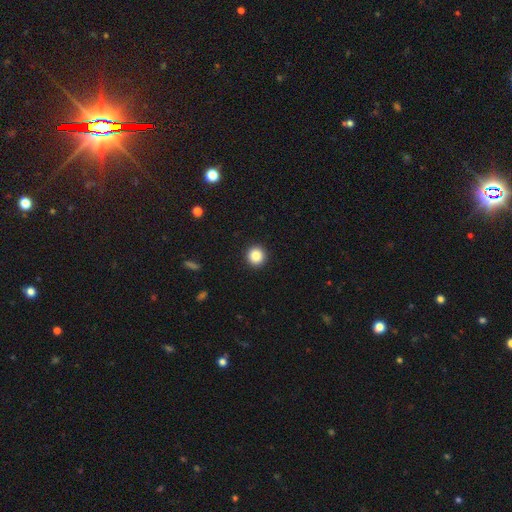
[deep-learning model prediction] Smooth or featured?
  - smooth: 85% *
  - star or artifact: 10%
  - featured or disk: 4%
How rounded?
  - round: 95% *
  - in between: 4%
  - cigar-shaped: 1%
Merging?
  - none: 93% *
  - minor disturbance: 4%
  - major disturbance: 1%
  - merger: 1%